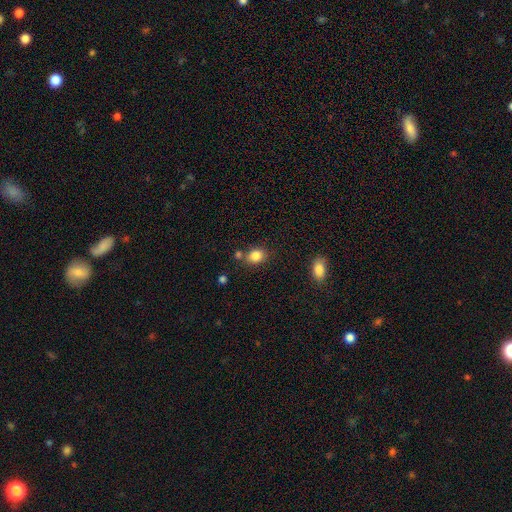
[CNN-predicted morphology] This appears to be a smooth galaxy with no disk features (84%) that is round (52%). Merging: none (70%).